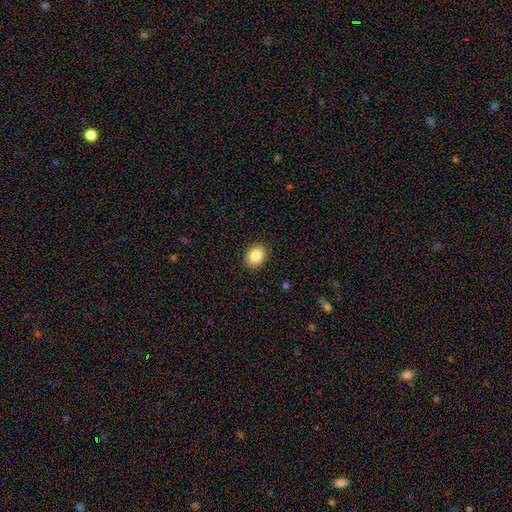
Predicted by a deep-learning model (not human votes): smooth 86%, star or artifact 8%, featured or disk 6%. Down the decision tree: how rounded — in between (57%); merging — none (90%).